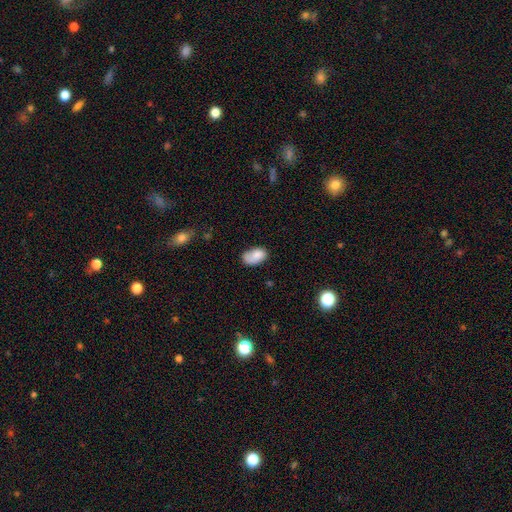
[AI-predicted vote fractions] Smooth or featured?
  - smooth: 79% *
  - featured or disk: 14%
  - star or artifact: 8%
How rounded?
  - in between: 91% *
  - round: 7%
  - cigar-shaped: 1%
Merging?
  - none: 55% *
  - minor disturbance: 28%
  - major disturbance: 11%
  - merger: 5%